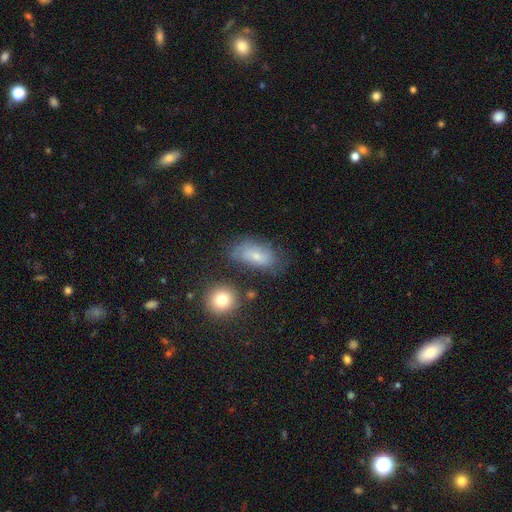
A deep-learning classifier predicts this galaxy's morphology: This is possibly a smooth galaxy (48%). Merging: likely none (61%).